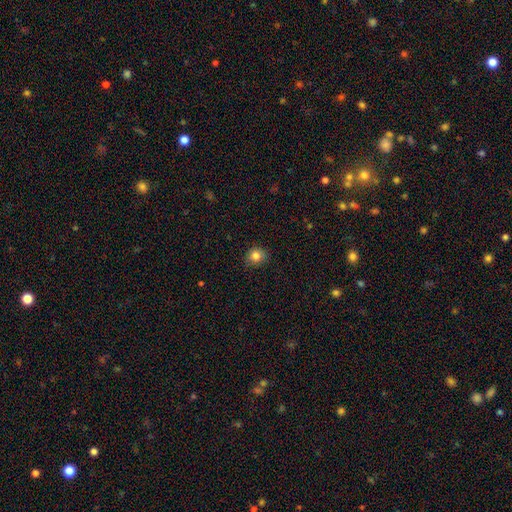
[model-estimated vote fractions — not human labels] The model was most divided on "how rounded": round: 79%, in between: 20%, cigar-shaped: 1%. More confident: merging — none (84%); smooth or featured — smooth (82%).